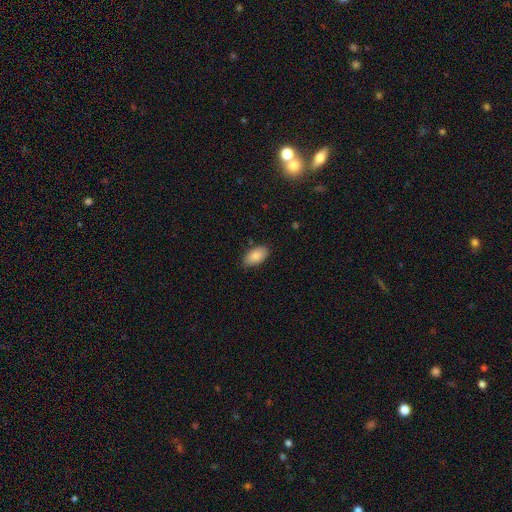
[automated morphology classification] smooth-or-featured: smooth: 85% | featured or disk: 8% | star or artifact: 7%
  how-rounded: in between: 94% | round: 4% | cigar-shaped: 2%
  merging: none: 81% | minor disturbance: 15% | major disturbance: 2% | merger: 1%